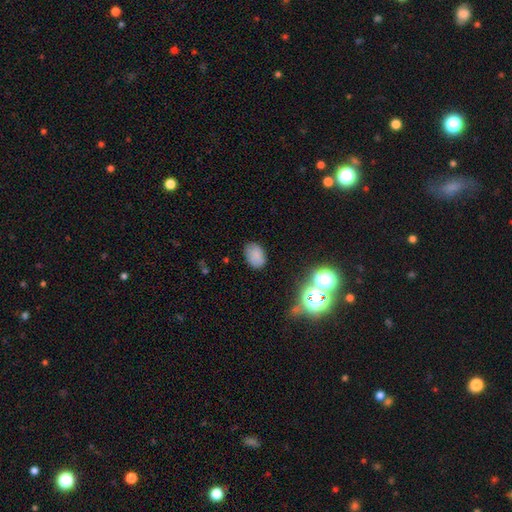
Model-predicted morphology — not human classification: Smooth or featured?
  - smooth: 79% *
  - star or artifact: 14%
  - featured or disk: 7%
How rounded?
  - in between: 83% *
  - round: 16%
  - cigar-shaped: 1%
Merging?
  - none: 80% *
  - minor disturbance: 14%
  - major disturbance: 4%
  - merger: 2%